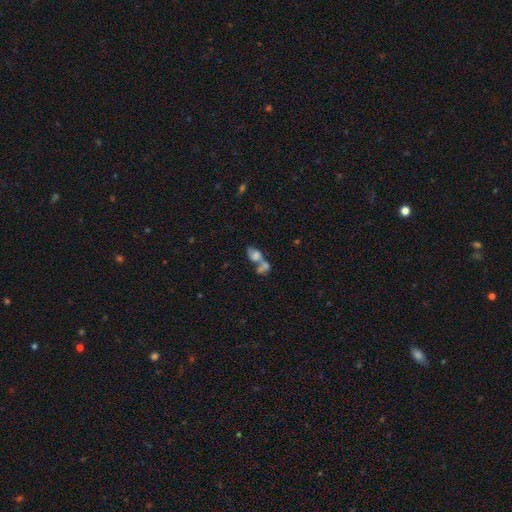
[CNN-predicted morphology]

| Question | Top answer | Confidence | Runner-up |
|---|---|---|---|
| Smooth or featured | smooth | 52% | featured or disk (35%) |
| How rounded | in between | 76% | round (19%) |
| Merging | merger | 68% | none (15%) |